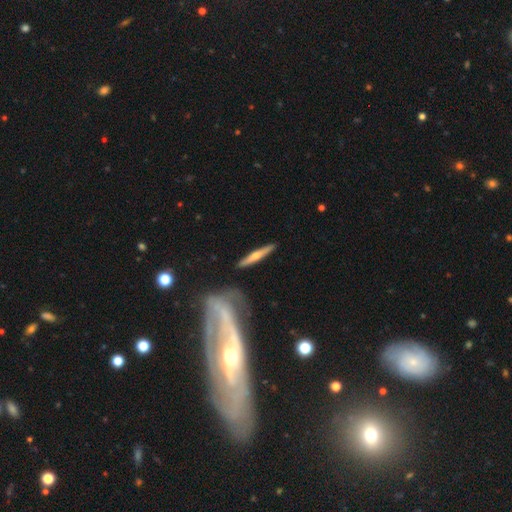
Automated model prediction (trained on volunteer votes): smooth_or_featured: featured or disk (p=0.55) [alt: smooth p=0.40]
disk_edge_on: yes (p=0.94) [alt: no p=0.06]
edge_on_bulge: rounded (p=0.79) [alt: none p=0.16]
merging: none (p=0.88) [alt: minor disturbance p=0.08]